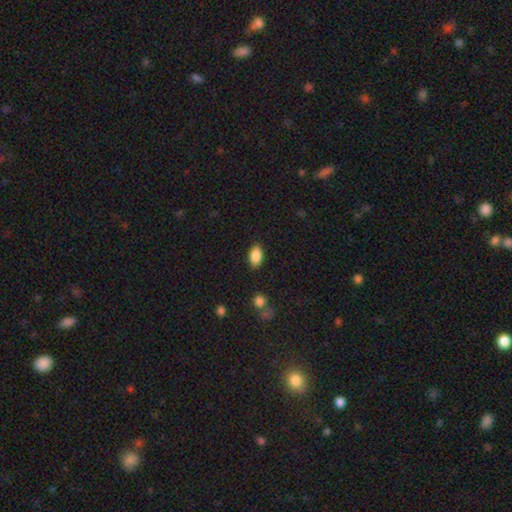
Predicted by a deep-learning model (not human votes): Smooth or featured? smooth (87%)
How rounded? in between (91%)
Merging? none (86%)